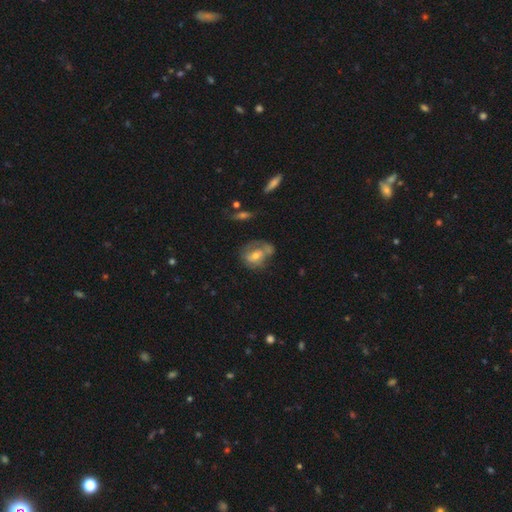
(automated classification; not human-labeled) Smooth or featured? Predicted: featured or disk (p=0.52). Edge-on disk? Predicted: no (p=0.94). Merging? Predicted: none (p=0.43).